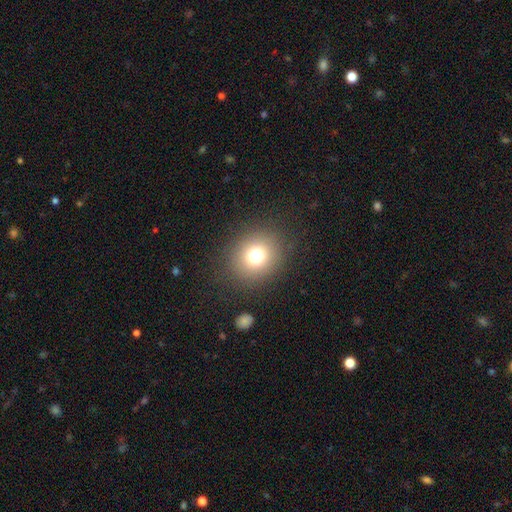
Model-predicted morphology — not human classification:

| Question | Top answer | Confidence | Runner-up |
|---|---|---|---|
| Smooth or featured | smooth | 73% | star or artifact (16%) |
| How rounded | round | 76% | in between (23%) |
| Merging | none | 86% | minor disturbance (8%) |